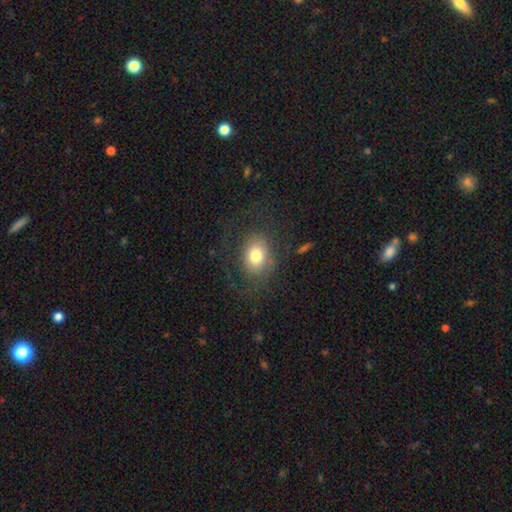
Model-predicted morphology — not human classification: This is likely a smooth galaxy (69%). How rounded: likely in between (60%). Merging: likely none (67%).